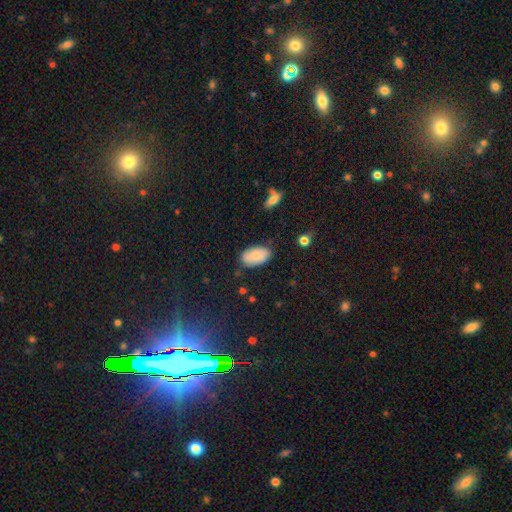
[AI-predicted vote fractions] A smooth galaxy with no disk features (72%) that is in between round and cigar-shaped (94%). Merging: none (78%).